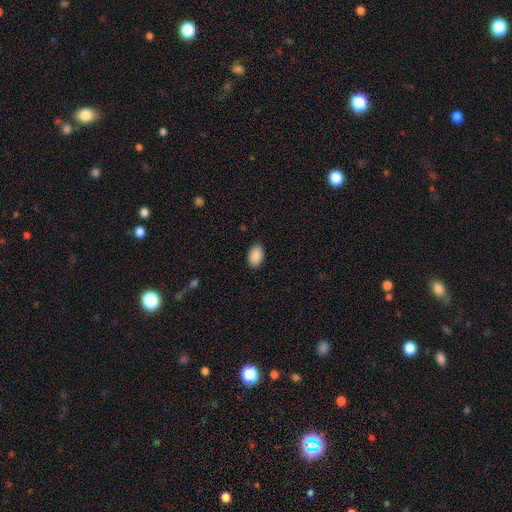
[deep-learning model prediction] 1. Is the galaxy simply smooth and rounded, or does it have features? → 89% smooth, 7% star or artifact, 4% featured or disk.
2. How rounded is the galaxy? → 91% in between, 8% round, 1% cigar-shaped.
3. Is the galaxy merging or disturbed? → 89% none, 9% minor disturbance, 2% major disturbance, 1% merger.